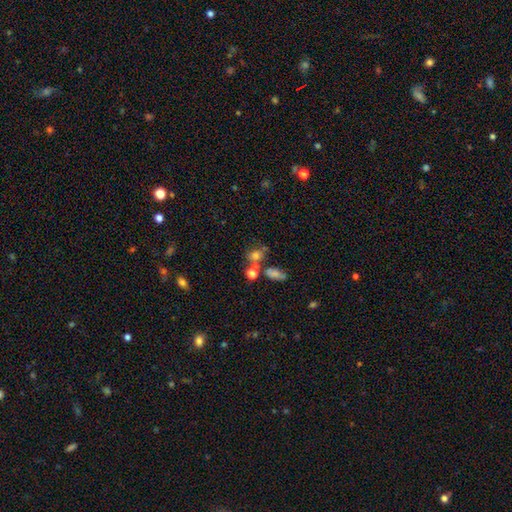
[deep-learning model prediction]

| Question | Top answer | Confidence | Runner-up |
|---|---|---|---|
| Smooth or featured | smooth | 68% | star or artifact (18%) |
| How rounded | round | 58% | in between (39%) |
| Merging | none | 45% | merger (34%) |